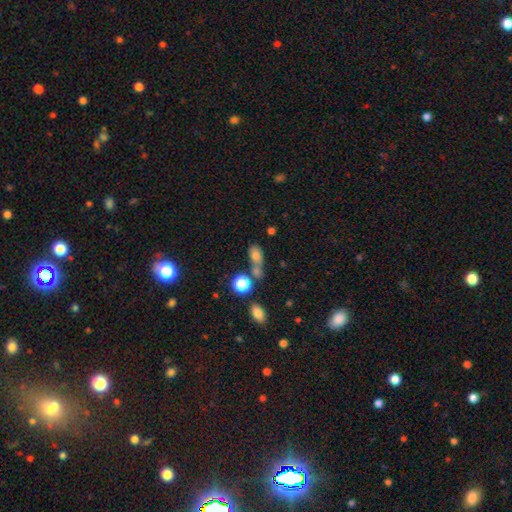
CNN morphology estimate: Smooth or featured?
  - smooth: 74% *
  - star or artifact: 15%
  - featured or disk: 11%
How rounded?
  - in between: 69% *
  - round: 26%
  - cigar-shaped: 5%
Merging?
  - merger: 38% * (tied)
  - none: 38% * (tied)
  - minor disturbance: 14%
  - major disturbance: 10%